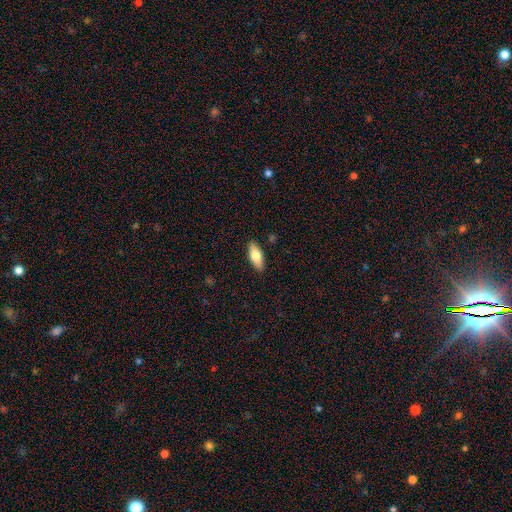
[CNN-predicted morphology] A smooth galaxy with no disk features (69%) that is in between round and cigar-shaped (79%).

Vote fractions:
- Smooth or featured? smooth: 69% / featured or disk: 25% / star or artifact: 6%
- How rounded? in between: 79% / cigar-shaped: 18% / round: 3%
- Merging? none: 89% / minor disturbance: 8% / major disturbance: 2% / merger: 1%